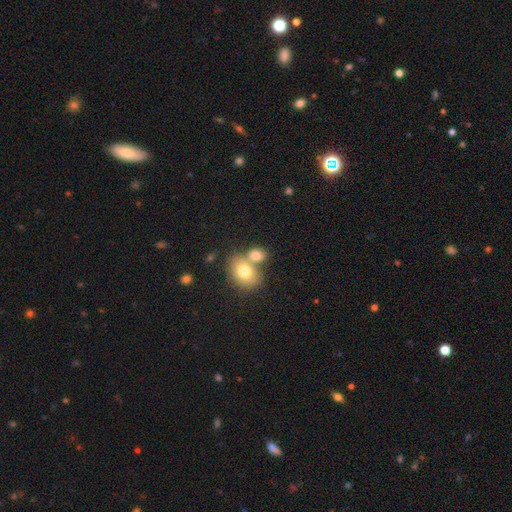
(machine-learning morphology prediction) smooth_or_featured: smooth (p=0.76) [alt: featured or disk p=0.14]
how_rounded: in between (p=0.57) [alt: round p=0.41]
merging: merger (p=0.49) [alt: none p=0.39]